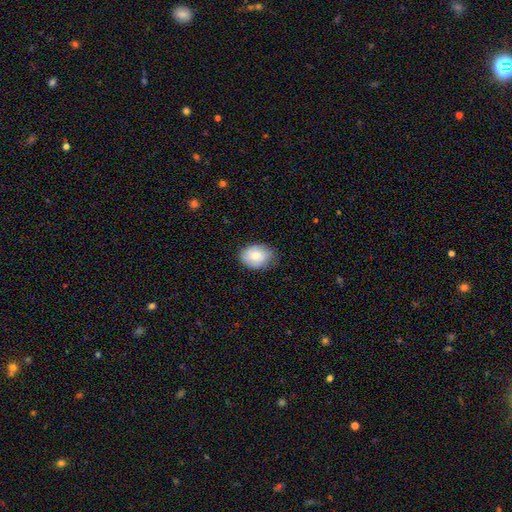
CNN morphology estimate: This is likely a smooth galaxy (77%). How rounded: likely in between (73%). Merging: likely none (75%).